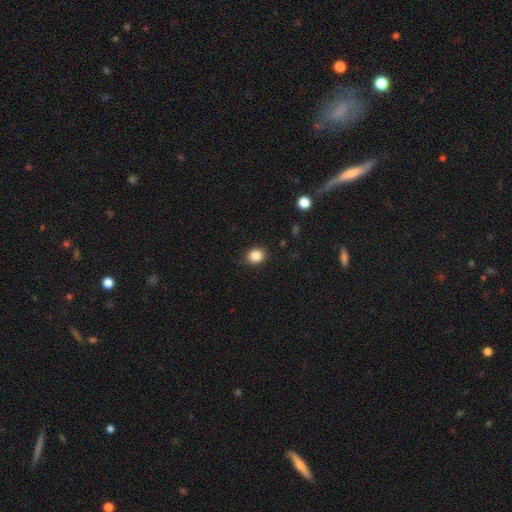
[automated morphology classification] smooth-or-featured: smooth: 85% | star or artifact: 10% | featured or disk: 4%
  how-rounded: round: 68% | in between: 31% | cigar-shaped: 1%
  merging: none: 88% | minor disturbance: 9% | major disturbance: 2% | merger: 1%